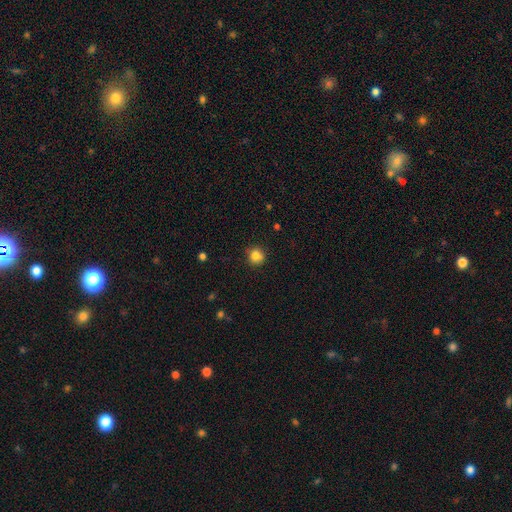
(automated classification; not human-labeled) This is clearly a smooth galaxy (85%). How rounded: clearly round (91%). Merging: clearly none (88%).